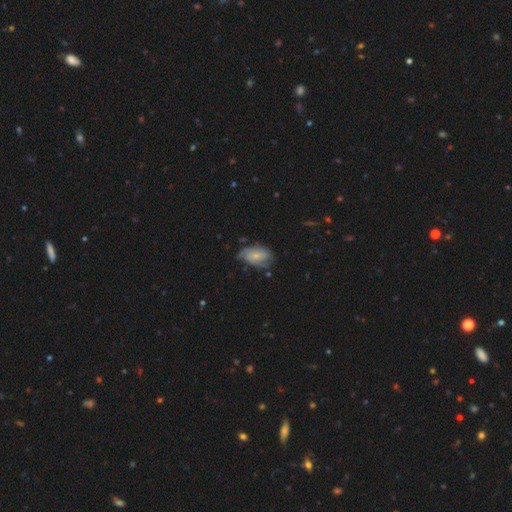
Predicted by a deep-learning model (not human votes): smooth_or_featured: featured or disk (p=0.61) [alt: smooth p=0.31]
disk_edge_on: no (p=0.96) [alt: yes p=0.04]
bar: no (p=0.74) [alt: weak p=0.22]
has_spiral_arms: yes (p=0.84) [alt: no p=0.16]
bulge_size: small (p=0.67) [alt: moderate p=0.25]
merging: none (p=0.49) [alt: minor disturbance p=0.33]